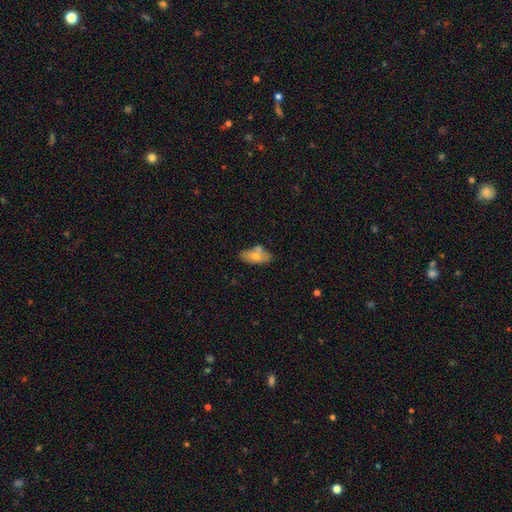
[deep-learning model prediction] This is likely a smooth galaxy (65%). How rounded: clearly in between (86%). Merging: likely none (61%).